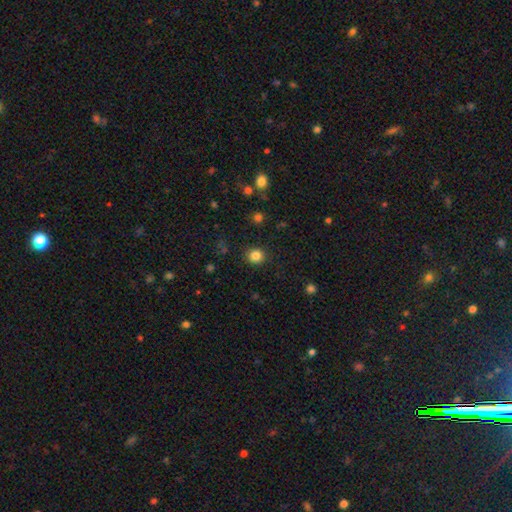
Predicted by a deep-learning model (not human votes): Smooth or featured? Predicted: smooth (p=0.83). How rounded? Predicted: round (p=0.89). Merging? Predicted: none (p=0.90).